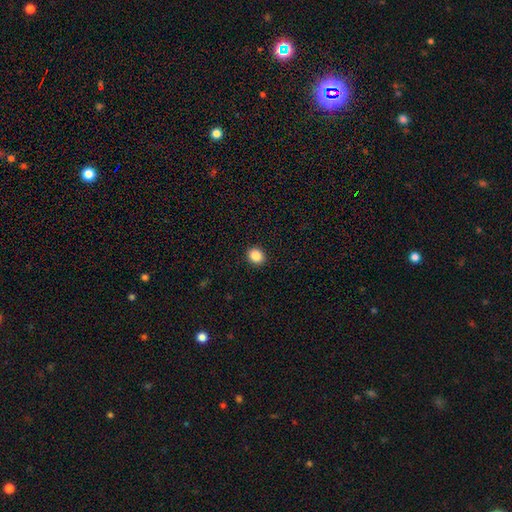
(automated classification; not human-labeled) Smooth or featured? Predicted: smooth (p=0.86). How rounded? Predicted: round (p=0.68). Merging? Predicted: none (p=0.92).